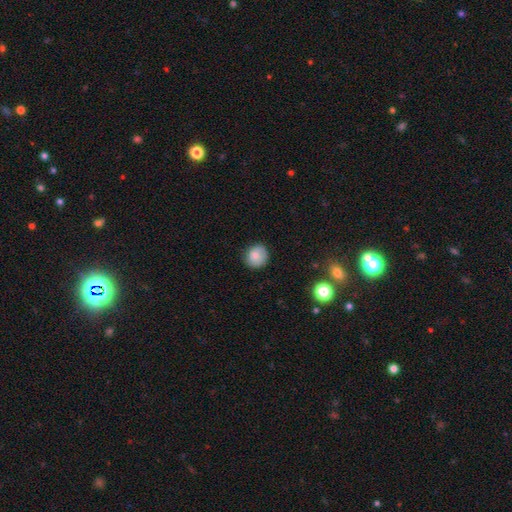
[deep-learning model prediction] The model was most divided on "merging": none: 79%, minor disturbance: 16%, major disturbance: 3%, merger: 1%. More confident: how rounded — round (86%); smooth or featured — smooth (79%).